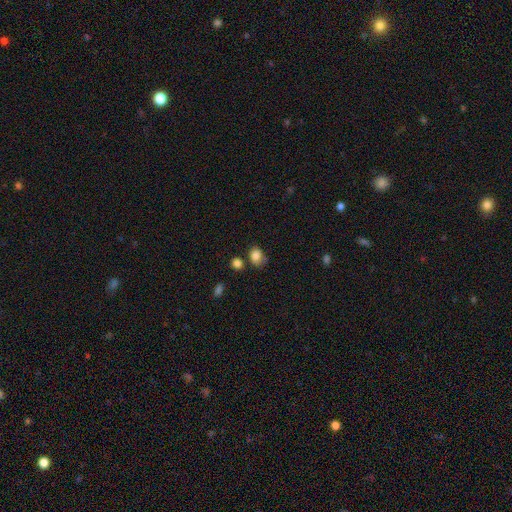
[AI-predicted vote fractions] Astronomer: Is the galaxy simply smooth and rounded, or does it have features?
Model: smooth — 82%.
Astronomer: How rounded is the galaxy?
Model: in between — 57% (runner-up: round, 42%).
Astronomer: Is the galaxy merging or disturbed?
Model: none — 52% (runner-up: minor disturbance, 29%).